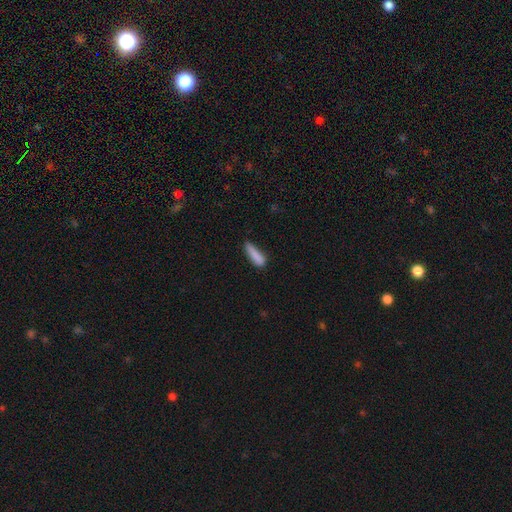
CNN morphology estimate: type=smooth (85%); roundness=cigar-shaped (69%); merging=none (64%).